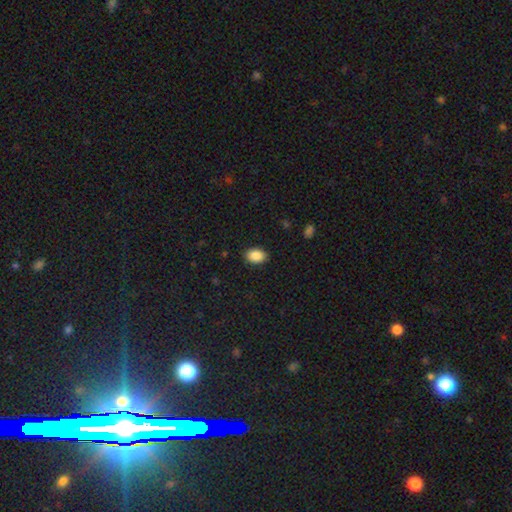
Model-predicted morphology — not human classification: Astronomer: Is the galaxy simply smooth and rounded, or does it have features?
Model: smooth — 89%.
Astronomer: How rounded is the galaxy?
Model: in between — 85%.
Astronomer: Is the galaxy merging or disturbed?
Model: none — 89%.